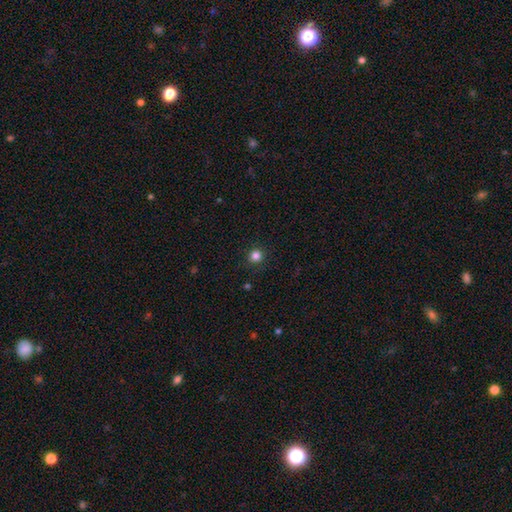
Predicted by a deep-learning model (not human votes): smooth 83%, star or artifact 13%, featured or disk 4%. Down the decision tree: how rounded — round (93%); merging — none (90%).